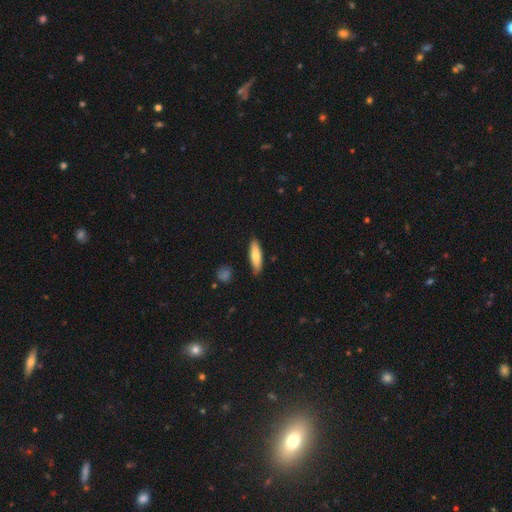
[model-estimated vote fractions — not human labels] smooth-or-featured: smooth: 76% | featured or disk: 19% | star or artifact: 6%
  how-rounded: cigar-shaped: 57% | in between: 41% | round: 2%
  merging: none: 85% | minor disturbance: 12% | major disturbance: 2% | merger: 2%